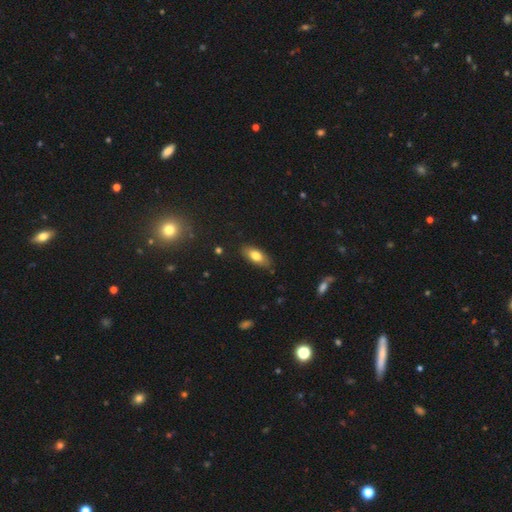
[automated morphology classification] smooth 77%, featured or disk 16%, star or artifact 7%. Down the decision tree: how rounded — in between (85%); merging — none (83%).